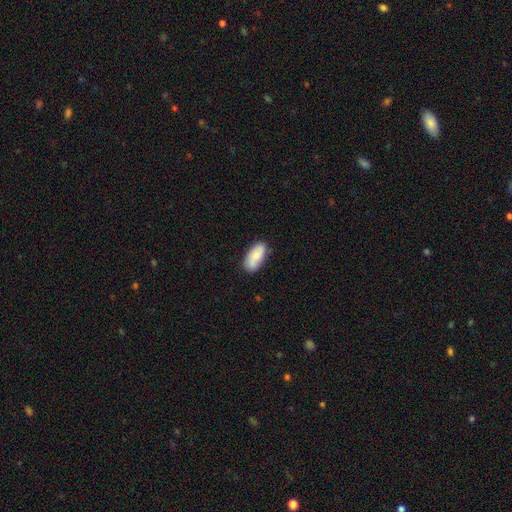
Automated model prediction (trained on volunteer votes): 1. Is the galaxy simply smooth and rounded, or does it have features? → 75% smooth, 18% featured or disk, 6% star or artifact.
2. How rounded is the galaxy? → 90% in between, 8% cigar-shaped, 2% round.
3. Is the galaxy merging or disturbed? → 76% none, 18% minor disturbance, 3% major disturbance, 2% merger.